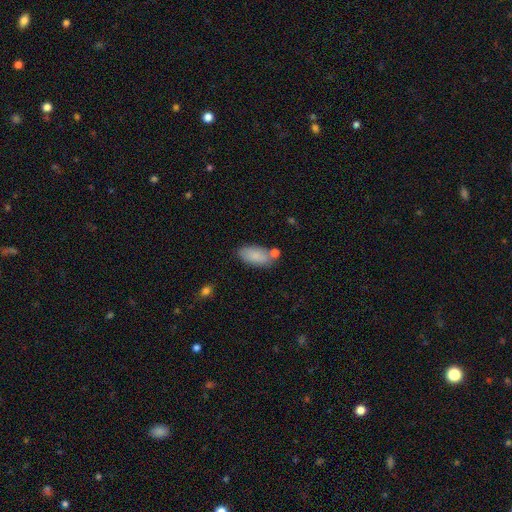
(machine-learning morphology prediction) This appears to be a smooth galaxy with no disk features (85%) that is in between round and cigar-shaped (92%). Merging: none (69%).